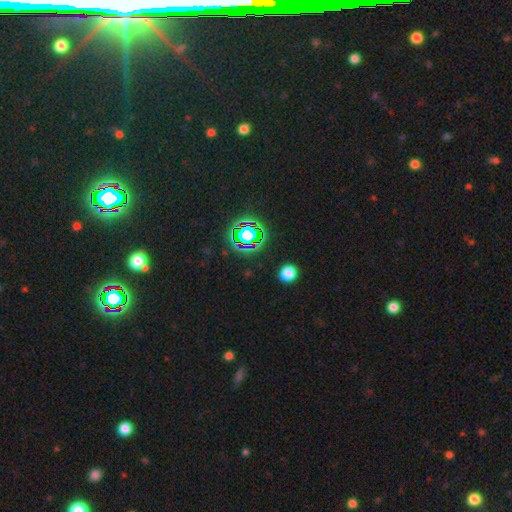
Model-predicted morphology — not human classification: Smooth or featured? Predicted: star or artifact (p=0.72).